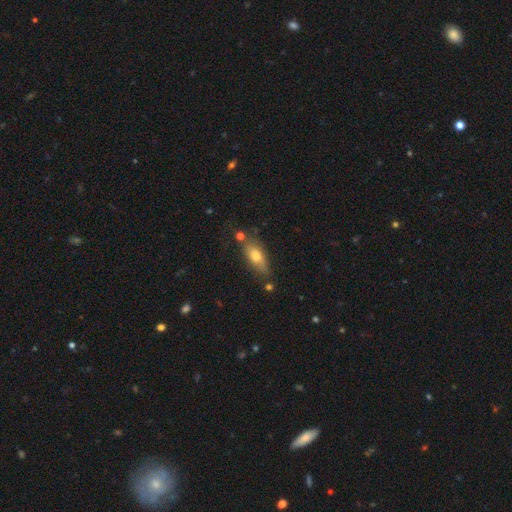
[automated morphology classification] smooth 69%, featured or disk 23%, star or artifact 8%. Down the decision tree: how rounded — in between (72%); merging — none (70%).